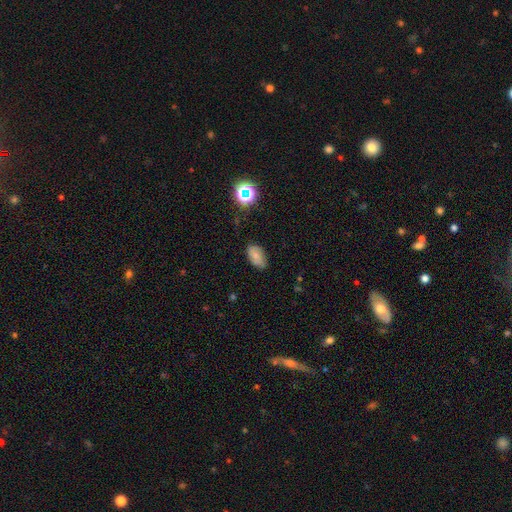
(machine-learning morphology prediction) This is likely a smooth galaxy (72%). How rounded: clearly in between (92%). Merging: likely none (75%).